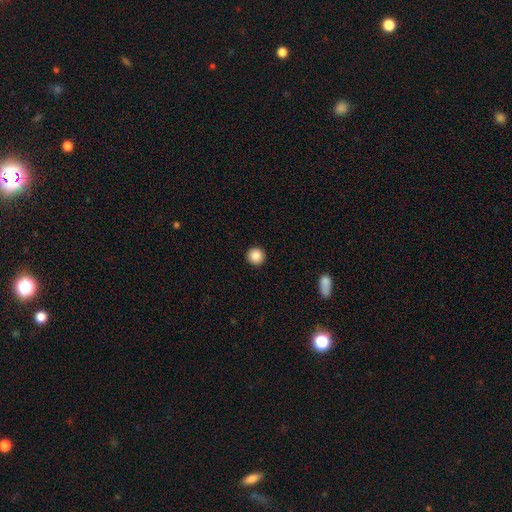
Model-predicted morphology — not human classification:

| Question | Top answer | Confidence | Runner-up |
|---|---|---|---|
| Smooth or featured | smooth | 87% | star or artifact (9%) |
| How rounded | round | 96% | in between (3%) |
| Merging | none | 93% | minor disturbance (4%) |